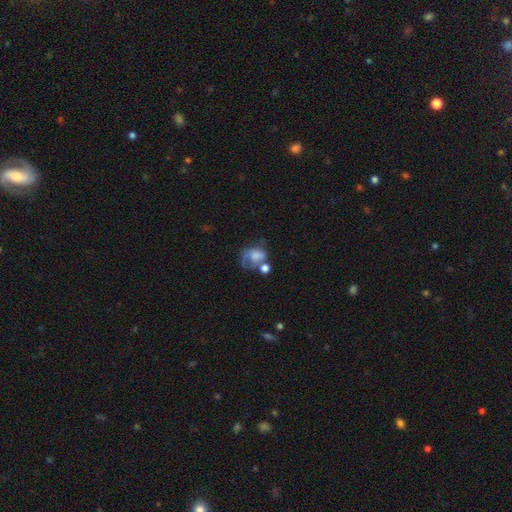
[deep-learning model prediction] This appears to be a smooth galaxy with no disk features (51%) that is in between round and cigar-shaped (60%). Merging: major disturbance (31%).